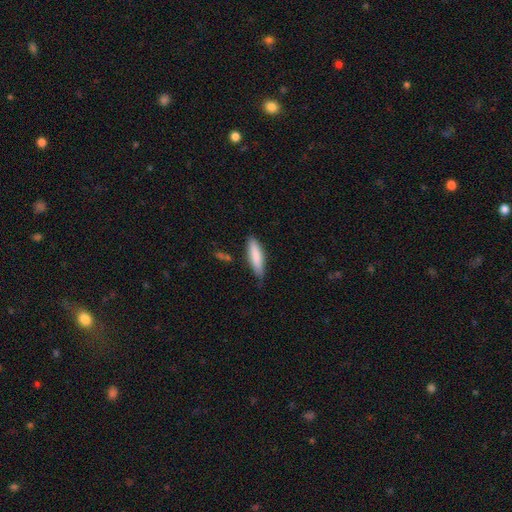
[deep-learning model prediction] Smooth or featured: smooth — 82% (featured or disk — 12%)
How rounded: cigar-shaped — 65% (in between — 34%)
Merging: none — 74% (minor disturbance — 20%)